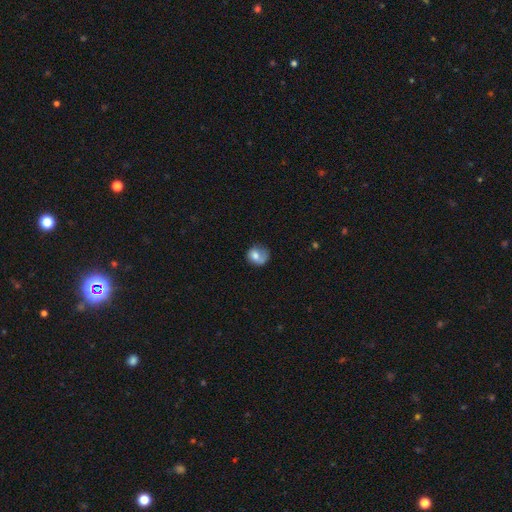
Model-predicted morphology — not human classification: This is likely a smooth galaxy (66%). How rounded: likely round (67%). Merging: marginally none (41%).